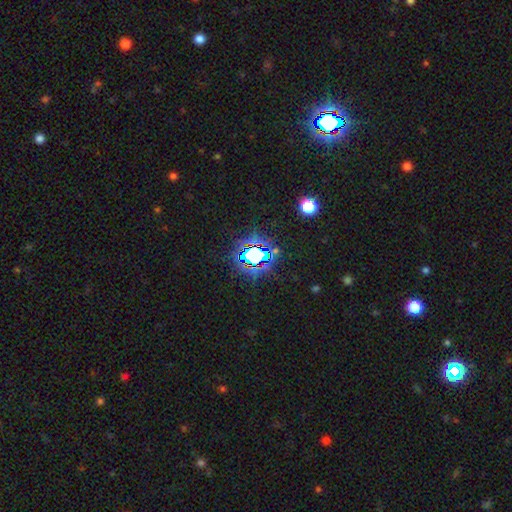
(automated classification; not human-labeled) The model was most divided on "smooth or featured": star or artifact: 73%, smooth: 16%, featured or disk: 11%.